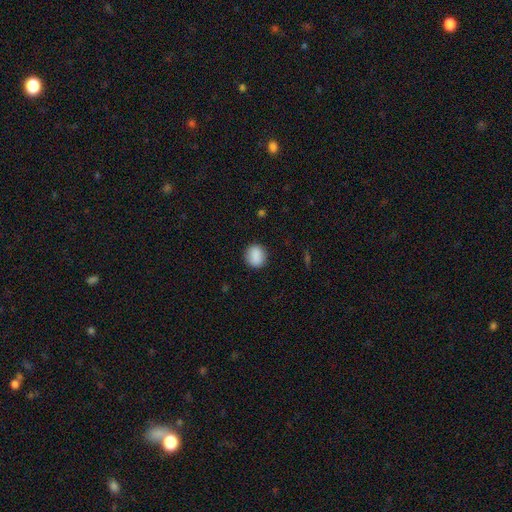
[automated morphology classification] smooth 88%, star or artifact 8%, featured or disk 4%. Down the decision tree: how rounded — round (76%); merging — none (89%).